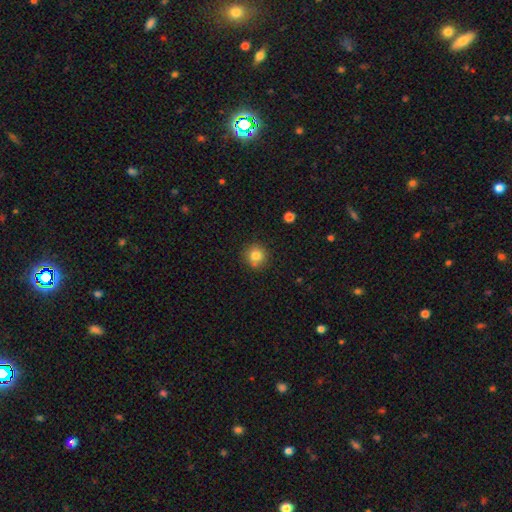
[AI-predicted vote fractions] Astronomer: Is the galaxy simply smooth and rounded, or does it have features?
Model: smooth — 82%.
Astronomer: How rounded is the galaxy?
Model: round — 91%.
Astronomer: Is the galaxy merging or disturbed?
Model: none — 83%.